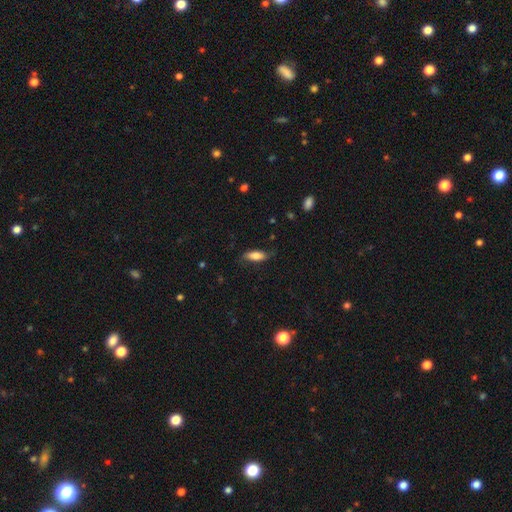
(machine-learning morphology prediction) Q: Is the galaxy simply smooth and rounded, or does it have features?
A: smooth — 75%.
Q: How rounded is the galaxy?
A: in between — 68%.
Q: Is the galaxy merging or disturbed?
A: none — 70%.